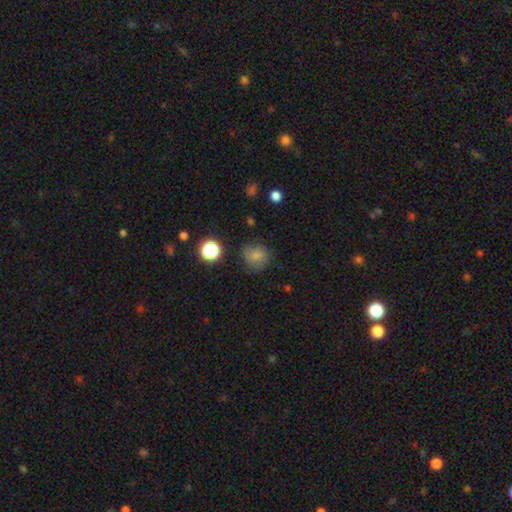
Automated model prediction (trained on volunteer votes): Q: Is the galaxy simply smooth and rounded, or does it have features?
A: smooth — 76%.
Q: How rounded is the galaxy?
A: round — 82%.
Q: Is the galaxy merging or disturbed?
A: none — 69%.